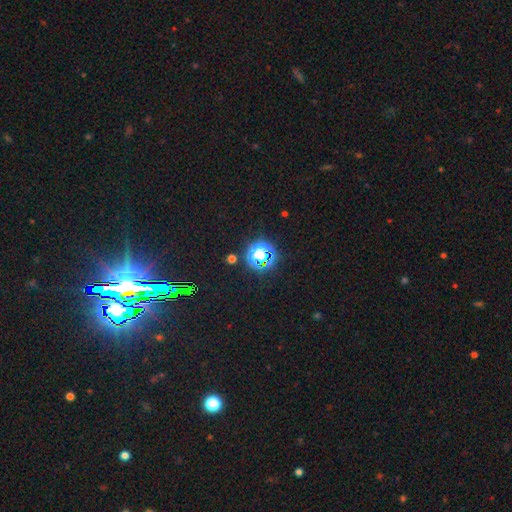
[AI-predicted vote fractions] Smooth or featured?
  - star or artifact: 61% *
  - smooth: 29%
  - featured or disk: 9%